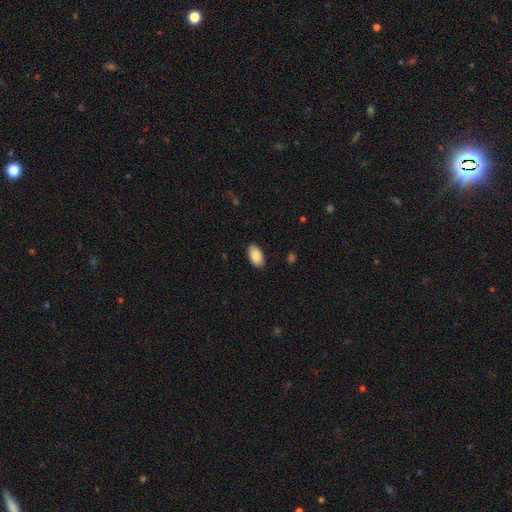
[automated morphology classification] Smooth or featured? smooth (89%)
How rounded? in between (96%)
Merging? none (88%)